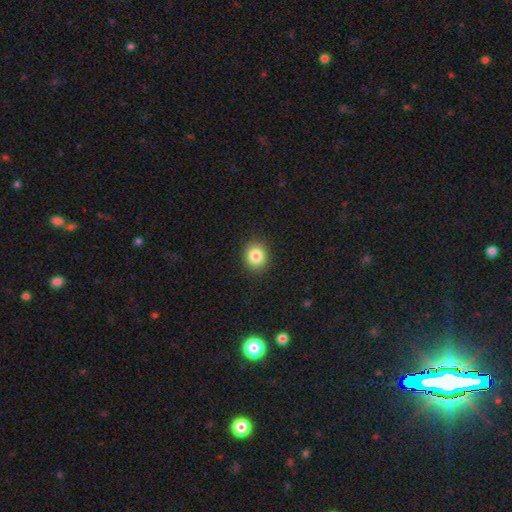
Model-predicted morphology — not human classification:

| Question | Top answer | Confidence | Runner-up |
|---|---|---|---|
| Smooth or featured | smooth | 84% | star or artifact (10%) |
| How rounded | round | 78% | in between (21%) |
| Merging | none | 90% | minor disturbance (7%) |